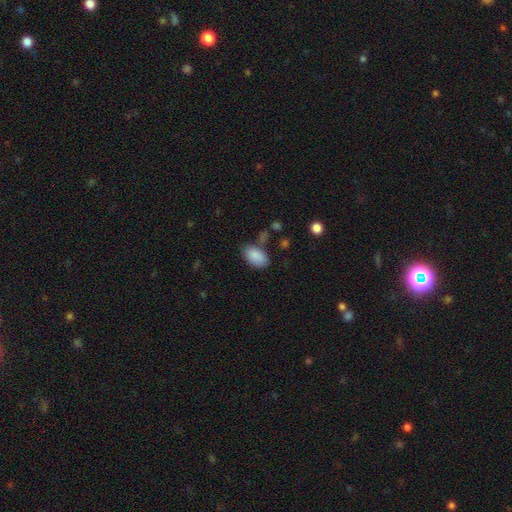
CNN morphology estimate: Smooth or featured? Predicted: smooth (p=0.87). How rounded? Predicted: in between (p=0.93). Merging? Predicted: none (p=0.65).